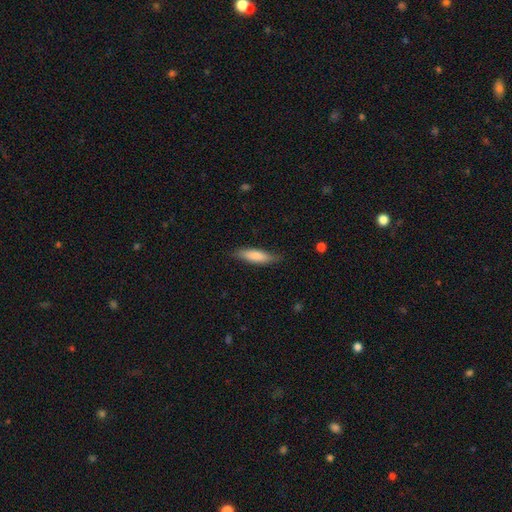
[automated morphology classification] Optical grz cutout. It shows a smooth galaxy with no disk features (80%) that is cigar-shaped (63%). Merging: none (80%).